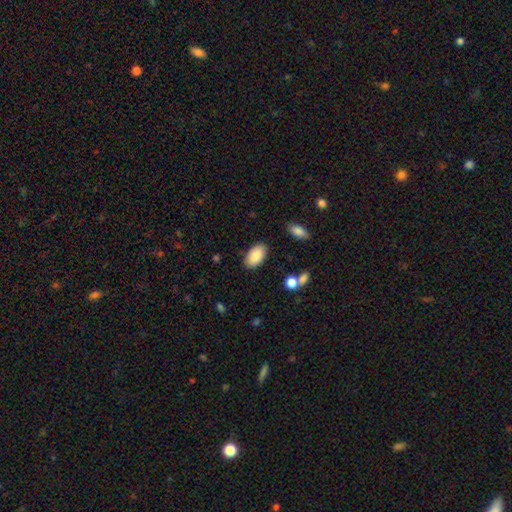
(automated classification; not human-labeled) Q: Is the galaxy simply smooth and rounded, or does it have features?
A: smooth — 88%.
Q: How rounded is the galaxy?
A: in between — 95%.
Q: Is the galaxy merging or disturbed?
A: none — 85%.